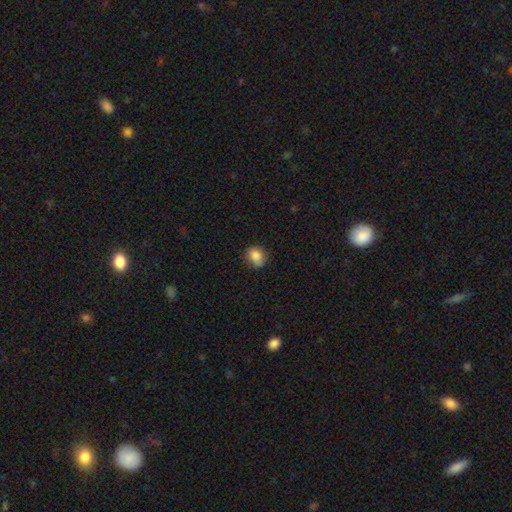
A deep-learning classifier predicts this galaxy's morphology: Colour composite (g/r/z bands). It shows a smooth galaxy with no disk features (85%) that is round (53%). Merging: none (71%).